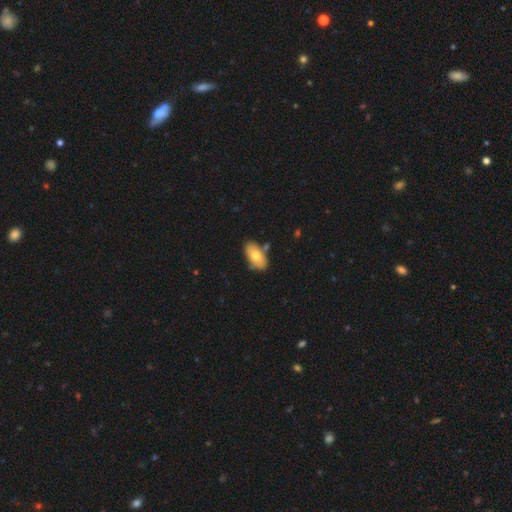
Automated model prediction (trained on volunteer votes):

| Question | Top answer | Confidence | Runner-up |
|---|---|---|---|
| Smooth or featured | smooth | 72% | featured or disk (21%) |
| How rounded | in between | 92% | round (5%) |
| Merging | none | 76% | minor disturbance (15%) |